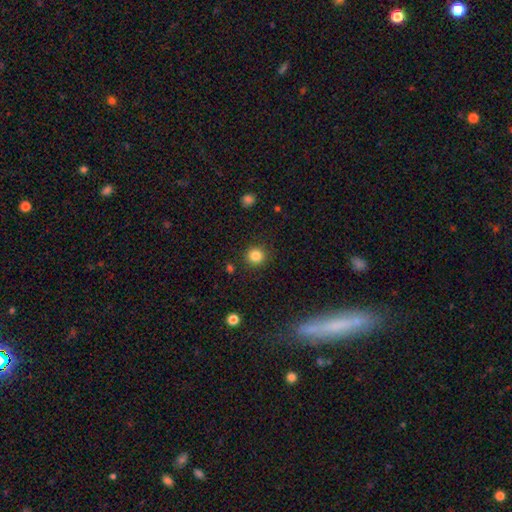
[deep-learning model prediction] Smooth or featured?
  - smooth: 84% *
  - star or artifact: 11%
  - featured or disk: 5%
How rounded?
  - round: 92% *
  - in between: 7%
  - cigar-shaped: 1%
Merging?
  - none: 90% *
  - minor disturbance: 6%
  - major disturbance: 2%
  - merger: 1%